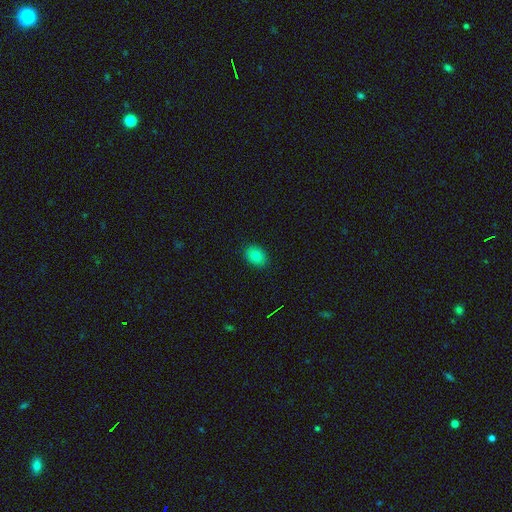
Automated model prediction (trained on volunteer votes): smooth_or_featured: smooth (p=0.81) [alt: star or artifact p=0.11]
how_rounded: in between (p=0.69) [alt: round p=0.30]
merging: none (p=0.88) [alt: minor disturbance p=0.09]